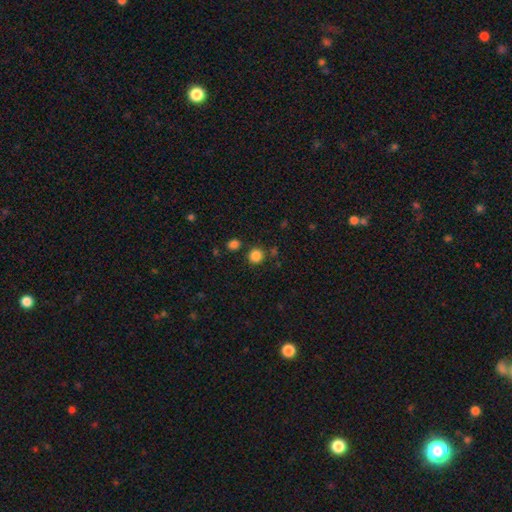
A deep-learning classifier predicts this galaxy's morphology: This is clearly a smooth galaxy (84%). How rounded: clearly round (90%). Merging: clearly none (83%).